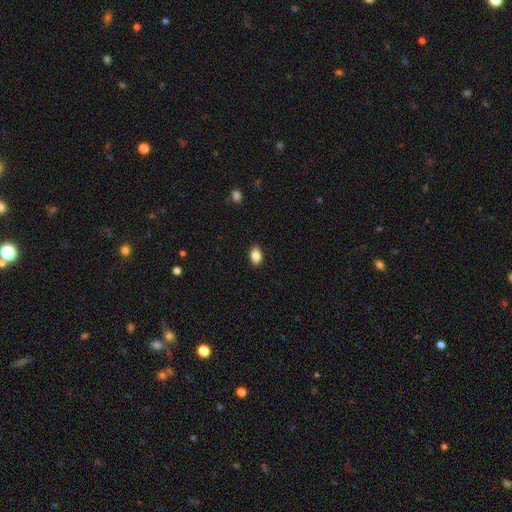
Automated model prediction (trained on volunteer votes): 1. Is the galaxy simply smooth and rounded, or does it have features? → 87% smooth, 8% star or artifact, 5% featured or disk.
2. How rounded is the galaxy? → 87% in between, 12% round, 2% cigar-shaped.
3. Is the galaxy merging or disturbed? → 88% none, 9% minor disturbance, 2% major disturbance, 1% merger.